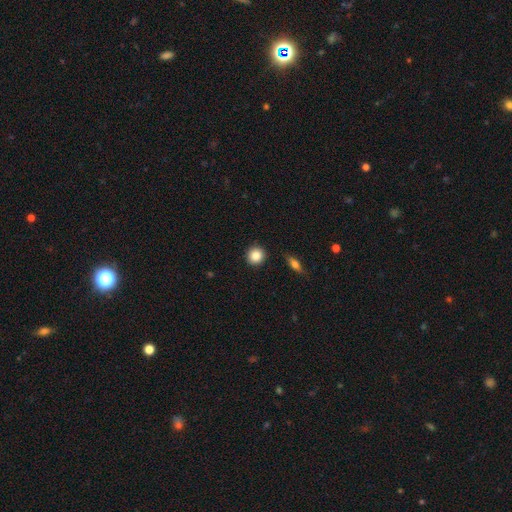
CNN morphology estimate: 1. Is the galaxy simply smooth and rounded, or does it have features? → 86% smooth, 9% star or artifact, 6% featured or disk.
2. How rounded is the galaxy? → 92% round, 7% in between, 1% cigar-shaped.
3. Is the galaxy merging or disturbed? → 91% none, 6% minor disturbance, 2% major disturbance, 2% merger.